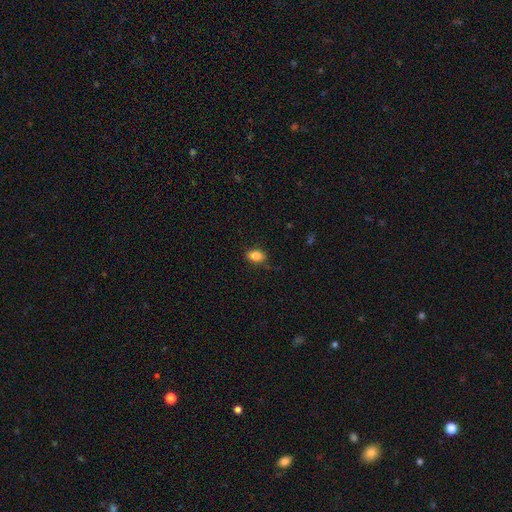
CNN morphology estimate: Smooth or featured: smooth — 86% (star or artifact — 9%)
How rounded: in between — 81% (round — 17%)
Merging: none — 83% (minor disturbance — 13%)